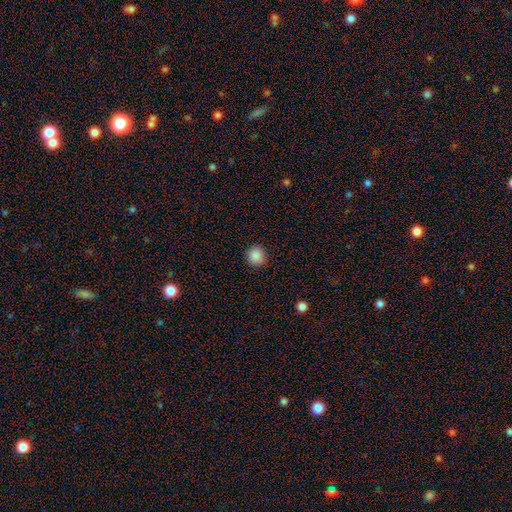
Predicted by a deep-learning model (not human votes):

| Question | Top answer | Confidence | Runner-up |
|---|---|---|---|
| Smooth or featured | smooth | 88% | star or artifact (9%) |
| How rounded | round | 91% | in between (8%) |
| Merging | none | 92% | minor disturbance (6%) |